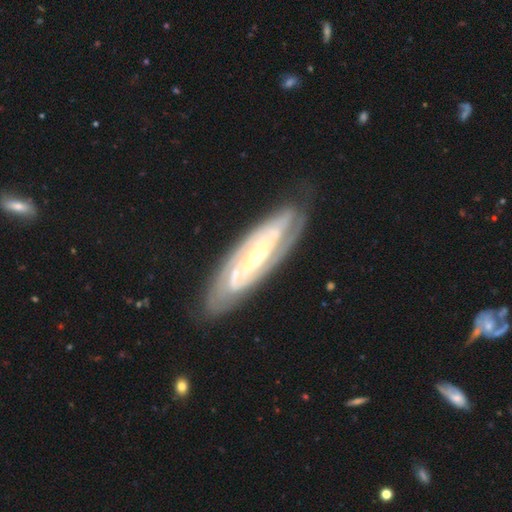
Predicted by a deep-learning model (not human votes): A featured or disk galaxy (86%) with no bar (52%), 2 (36%) tight (72%) spiral arms (95%) and a small central bulge (66%).

Vote fractions:
- Smooth or featured? featured or disk: 86% / smooth: 8% / star or artifact: 5%
- Edge-on disk? no: 87% / yes: 13%
- Bar? no: 52% / weak: 28% / strong: 20%
- Spiral arms? yes: 95% / no: 5%
- Spiral winding? tight: 72% / medium: 24% / loose: 5%
- Spiral arm count? 2: 36% / can't tell: 30% / 3: 17% / 4: 8% / more than 4: 5% / 1: 4%
- Bulge size? small: 66% / moderate: 30% / large: 2% / none: 1% / dominant: 1%
- Merging? none: 80% / minor disturbance: 15% / major disturbance: 4% / merger: 1%